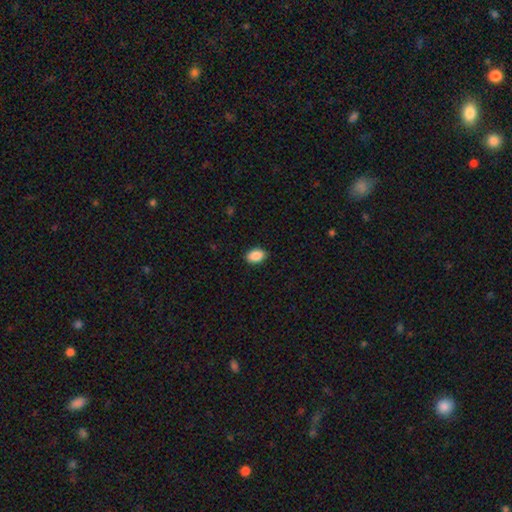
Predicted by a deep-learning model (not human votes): Overall: smooth (89%). How rounded: in between (86%). Merging: none (88%).